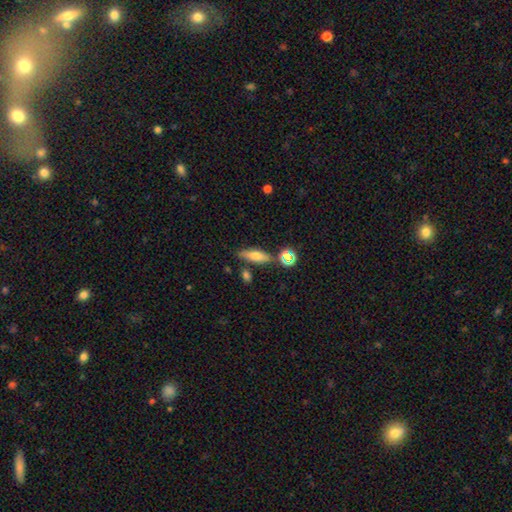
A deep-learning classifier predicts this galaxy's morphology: Q: Smooth or featured?
A: smooth (60%); runner-up: featured or disk (29%)
Q: How rounded?
A: cigar-shaped (51%); runner-up: in between (44%)
Q: Merging?
A: none (76%); runner-up: minor disturbance (12%)